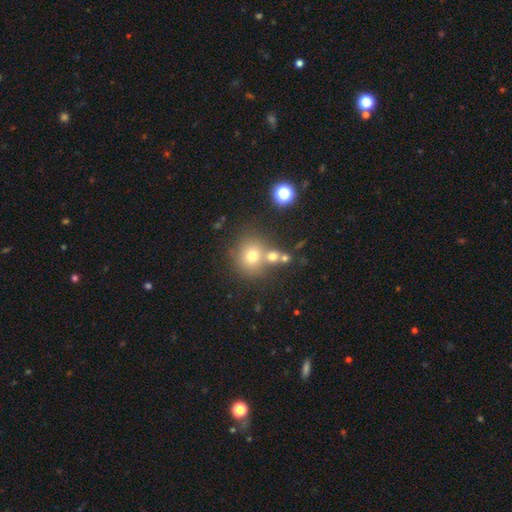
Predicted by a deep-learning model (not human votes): A smooth galaxy with no disk features (64%) that is round (85%). Merging: none (63%).